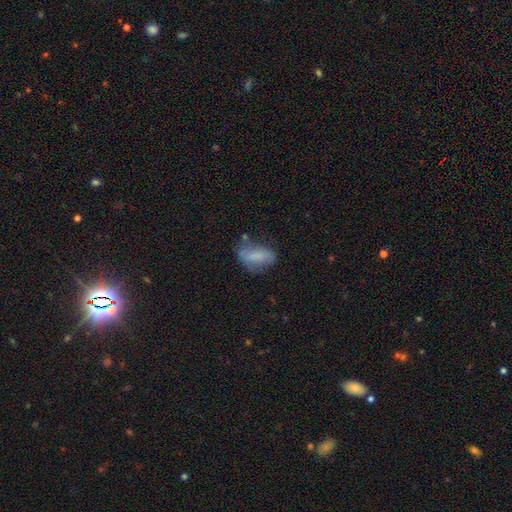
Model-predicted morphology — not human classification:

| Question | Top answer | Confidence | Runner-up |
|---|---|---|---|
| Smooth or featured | smooth | 67% | featured or disk (24%) |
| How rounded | in between | 87% | round (7%) |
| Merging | none | 47% | minor disturbance (31%) |